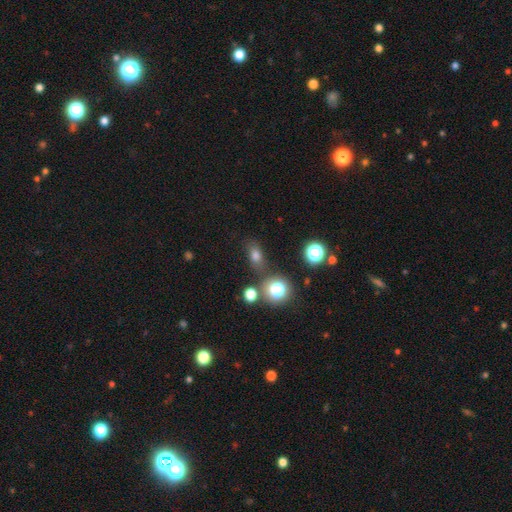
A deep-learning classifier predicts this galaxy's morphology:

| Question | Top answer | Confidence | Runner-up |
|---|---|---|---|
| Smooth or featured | smooth | 71% | star or artifact (20%) |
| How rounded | in between | 65% | round (31%) |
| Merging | none | 70% | minor disturbance (14%) |